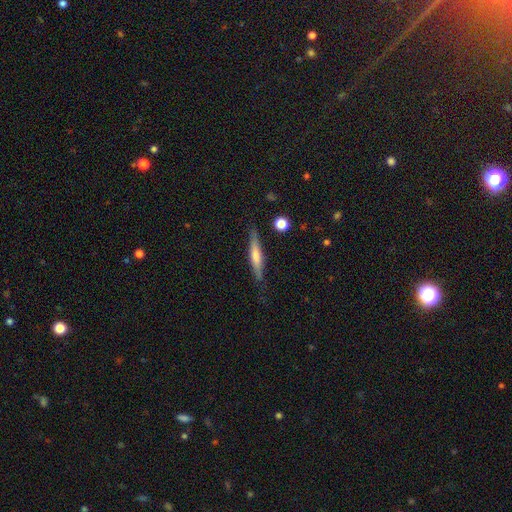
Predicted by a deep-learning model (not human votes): smooth 48%, featured or disk 45%, star or artifact 7%. Down the decision tree: merging — none (82%).